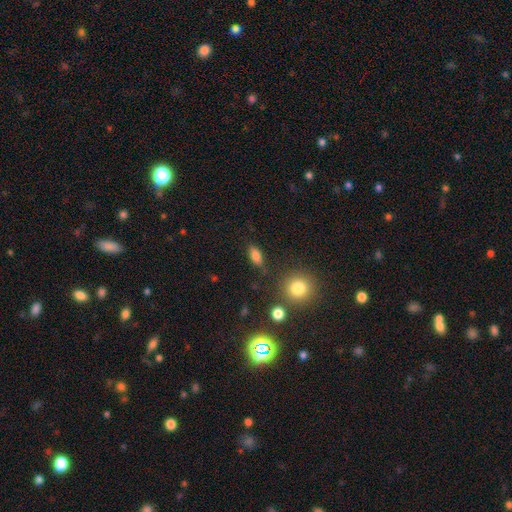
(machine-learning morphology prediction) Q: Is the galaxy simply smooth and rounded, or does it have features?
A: smooth — 81%.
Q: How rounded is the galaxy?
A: in between — 83%.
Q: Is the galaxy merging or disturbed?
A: none — 81%.